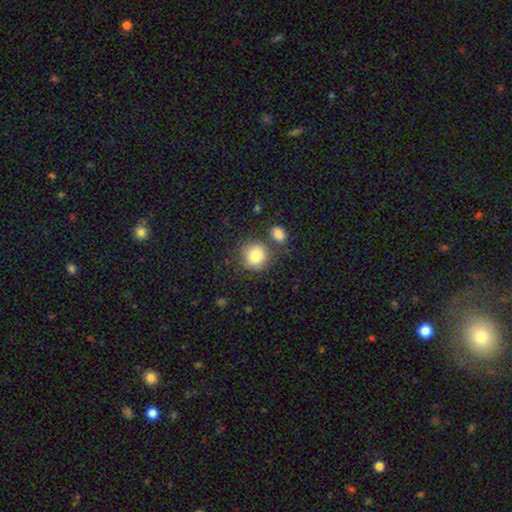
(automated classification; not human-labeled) Morphology: type=smooth (84%); roundness=round (89%); merging=none (70%).